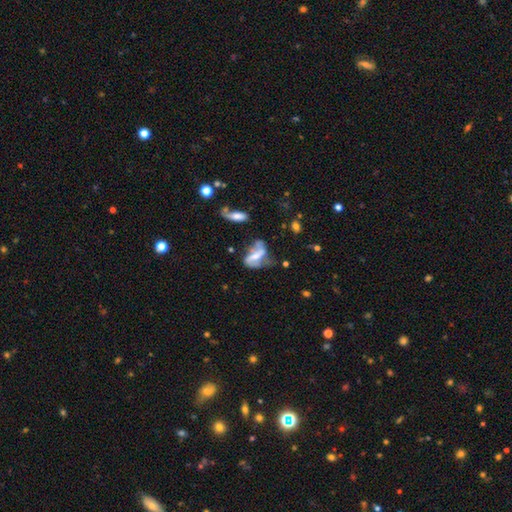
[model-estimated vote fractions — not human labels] This appears to be a featured or disk galaxy (66%) with a weak bar (36%), spiral arms (73%) and a small central bulge (36%). Merging: none (33%).